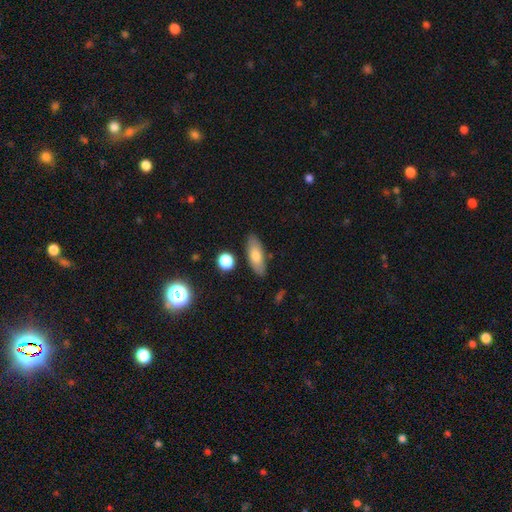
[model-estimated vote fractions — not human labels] Overall: smooth (73%). How rounded: in between (69%). Merging: none (84%).